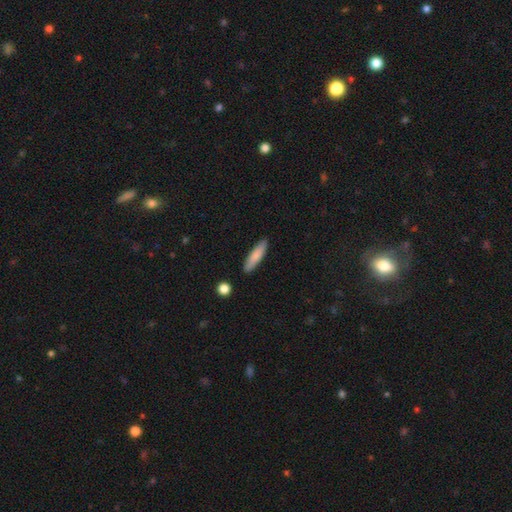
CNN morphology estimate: smooth-or-featured: smooth: 83% | featured or disk: 12% | star or artifact: 6%
  how-rounded: cigar-shaped: 77% | in between: 21% | round: 1%
  merging: none: 88% | minor disturbance: 8% | major disturbance: 2% | merger: 2%